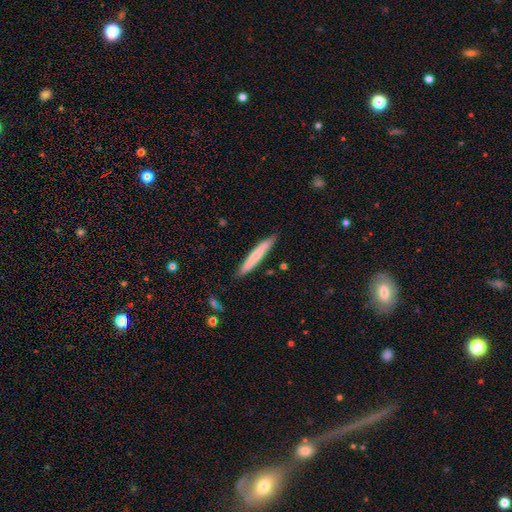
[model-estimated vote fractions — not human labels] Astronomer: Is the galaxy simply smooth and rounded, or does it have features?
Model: smooth — 68%.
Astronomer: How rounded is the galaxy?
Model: cigar-shaped — 96%.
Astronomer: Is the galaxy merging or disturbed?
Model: none — 89%.